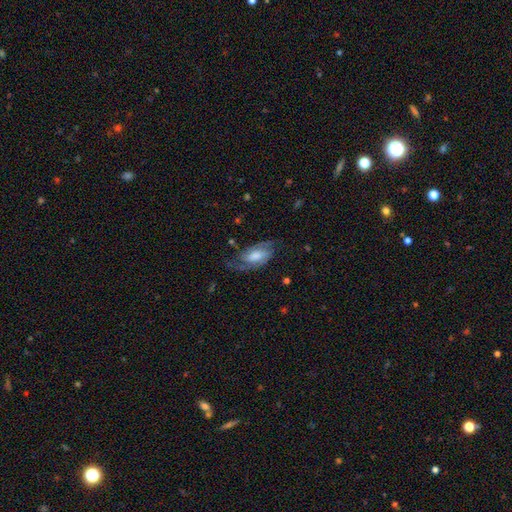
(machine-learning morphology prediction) Smooth or featured: featured or disk — 73% (smooth — 20%)
Edge-on disk: no — 94% (yes — 6%)
Bar: no — 53% (weak — 37%)
Spiral arms: yes — 92% (no — 8%)
Spiral winding: medium — 48% (tight — 28%)
Spiral arm count: 2 — 81% (can't tell — 9%)
Bulge size: large — 37% (moderate — 33%)
Merging: none — 59% (minor disturbance — 22%)